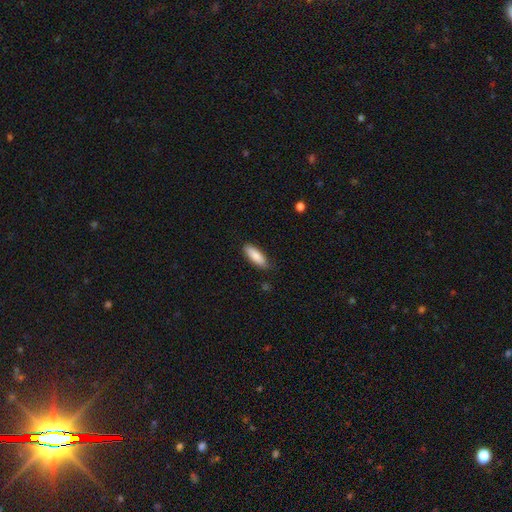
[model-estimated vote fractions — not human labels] smooth 84%, featured or disk 10%, star or artifact 6%. Down the decision tree: how rounded — in between (61%); merging — none (82%).